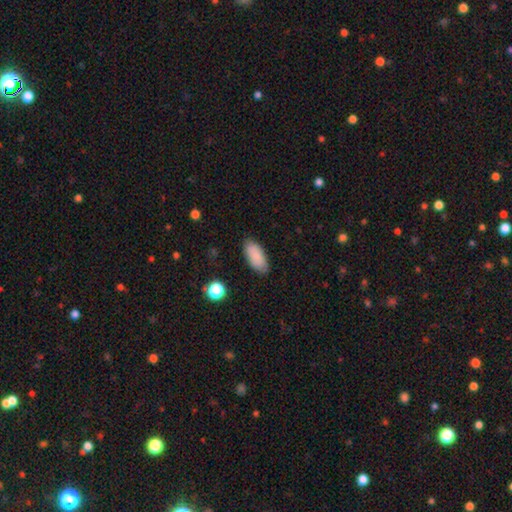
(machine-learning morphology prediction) The model was most divided on "merging": none: 84%, minor disturbance: 12%, major disturbance: 3%, merger: 1%. More confident: how rounded — in between (90%); smooth or featured — smooth (85%).